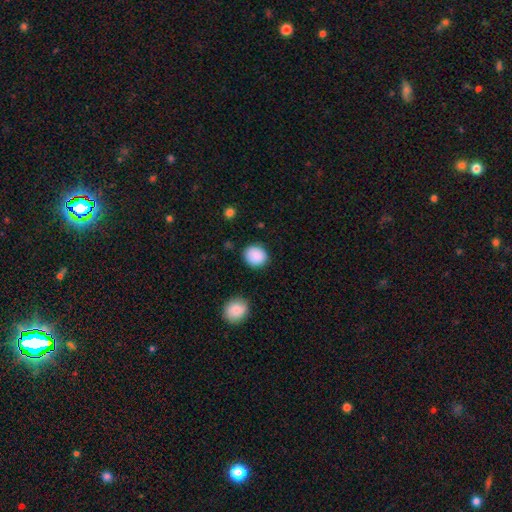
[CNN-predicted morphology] Smooth or featured?
  - smooth: 89% *
  - star or artifact: 8%
  - featured or disk: 3%
How rounded?
  - round: 77% *
  - in between: 22%
  - cigar-shaped: 1%
Merging?
  - none: 85% *
  - minor disturbance: 10%
  - major disturbance: 3%
  - merger: 2%